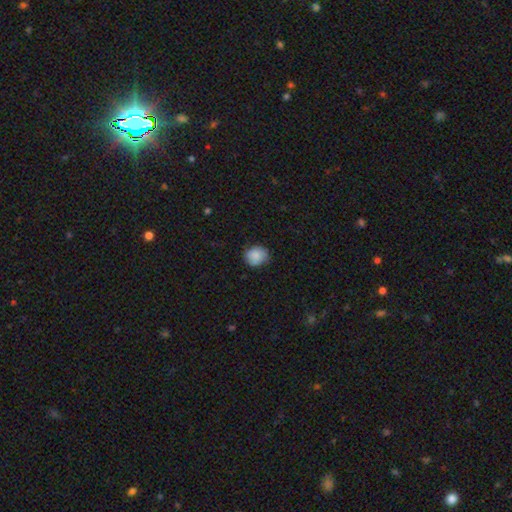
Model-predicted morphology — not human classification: A smooth galaxy with no disk features (84%) that is round (67%).

Vote fractions:
- Smooth or featured? smooth: 84% / featured or disk: 9% / star or artifact: 8%
- How rounded? round: 67% / in between: 32% / cigar-shaped: 1%
- Merging? none: 75% / minor disturbance: 20% / major disturbance: 3% / merger: 1%